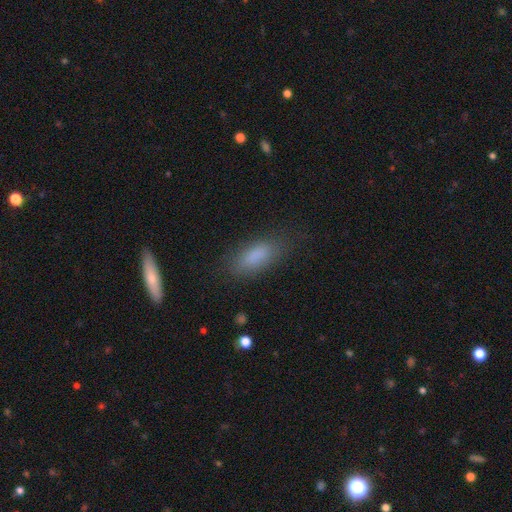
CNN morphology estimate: type=smooth (84%); roundness=in between (73%); merging=none (77%).